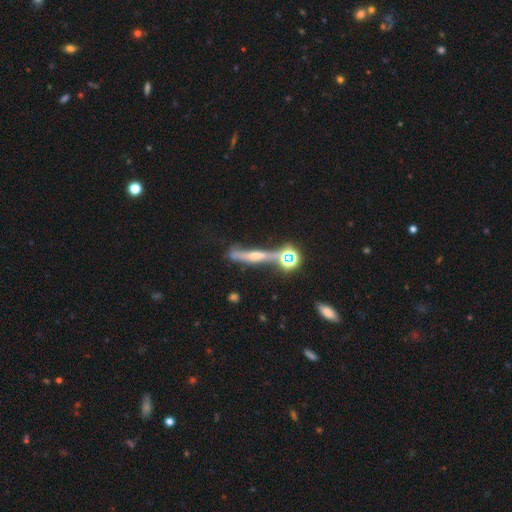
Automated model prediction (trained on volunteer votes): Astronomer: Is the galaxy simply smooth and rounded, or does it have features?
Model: featured or disk — 65%.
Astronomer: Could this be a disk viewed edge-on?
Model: yes — 90%.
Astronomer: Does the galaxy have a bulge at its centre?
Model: rounded — 78%.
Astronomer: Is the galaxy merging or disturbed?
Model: none — 60%.